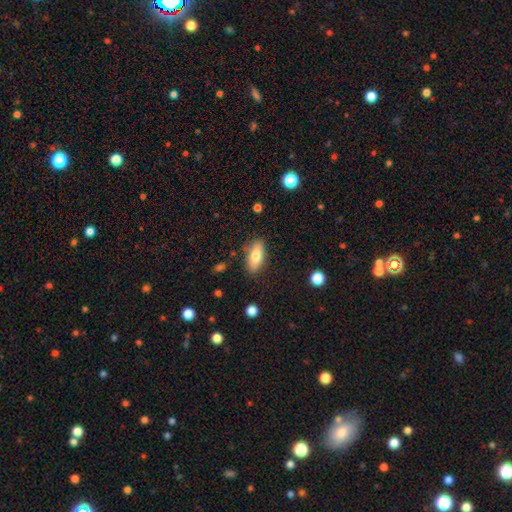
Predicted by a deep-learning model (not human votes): The model was most divided on "smooth or featured": smooth: 73%, featured or disk: 20%, star or artifact: 7%. More confident: merging — none (83%); how rounded — in between (82%).